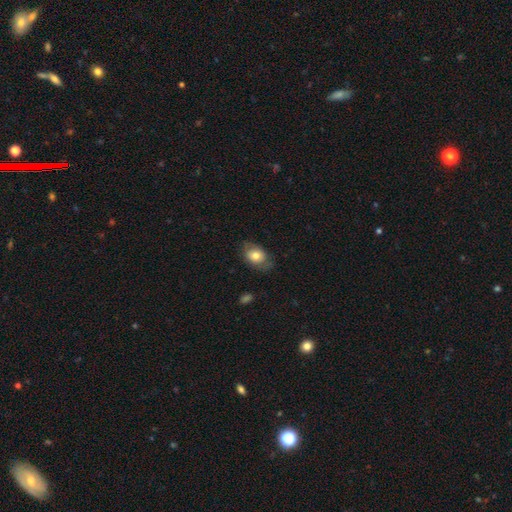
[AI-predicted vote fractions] smooth-or-featured: smooth: 72% | featured or disk: 21% | star or artifact: 7%
  how-rounded: in between: 76% | round: 22% | cigar-shaped: 1%
  merging: none: 69% | minor disturbance: 22% | major disturbance: 7% | merger: 1%